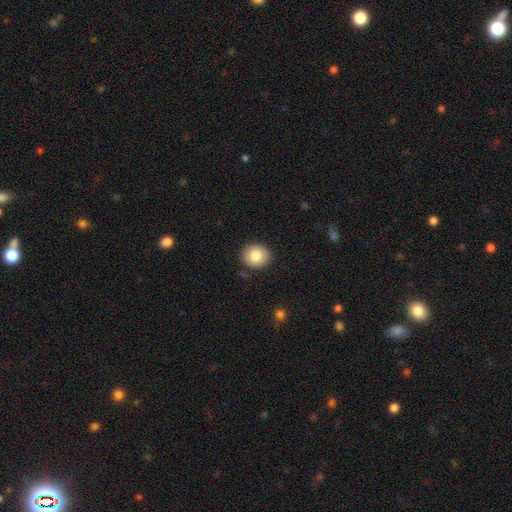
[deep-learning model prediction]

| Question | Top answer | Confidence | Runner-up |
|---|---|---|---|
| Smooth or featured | smooth | 83% | featured or disk (9%) |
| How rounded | round | 82% | in between (17%) |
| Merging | none | 89% | minor disturbance (8%) |